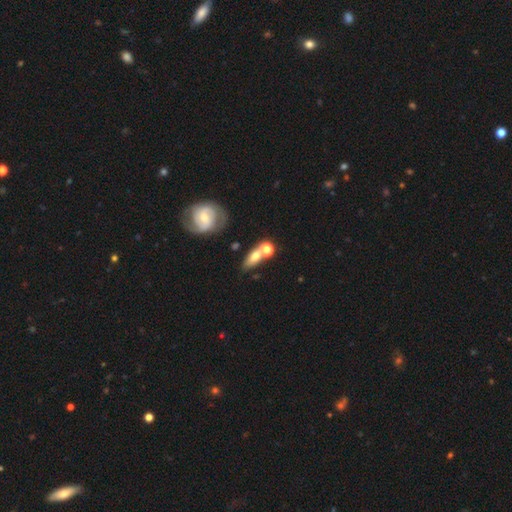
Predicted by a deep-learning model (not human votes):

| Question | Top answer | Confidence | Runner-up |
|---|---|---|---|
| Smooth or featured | smooth | 58% | featured or disk (32%) |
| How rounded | in between | 59% | round (21%) |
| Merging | none | 46% | merger (34%) |